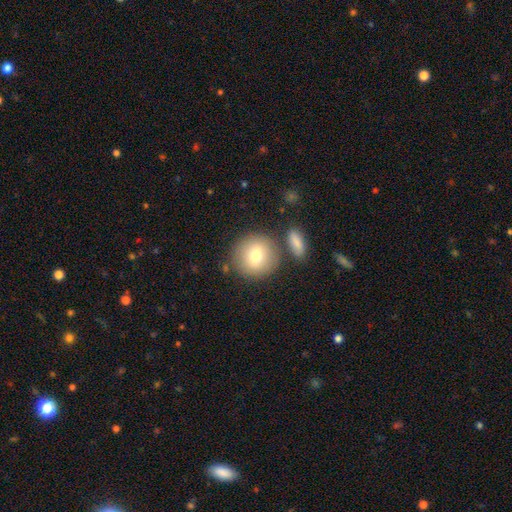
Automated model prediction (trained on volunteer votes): The model was most divided on "smooth or featured": smooth: 77%, featured or disk: 15%, star or artifact: 8%. More confident: how rounded — round (93%); merging — none (75%).